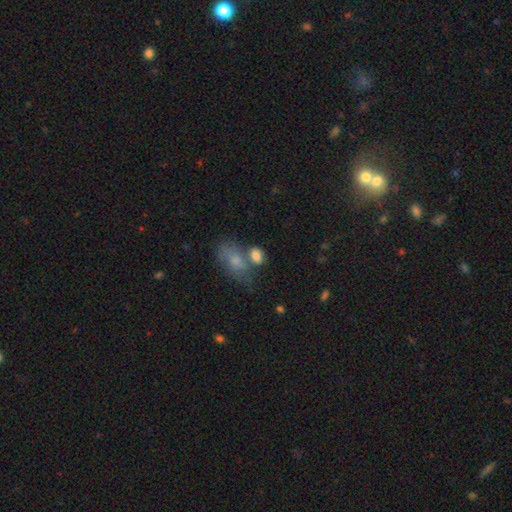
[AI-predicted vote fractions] This appears to be a smooth galaxy with no disk features (80%) that is in between round and cigar-shaped (82%). Merging: none (39%).